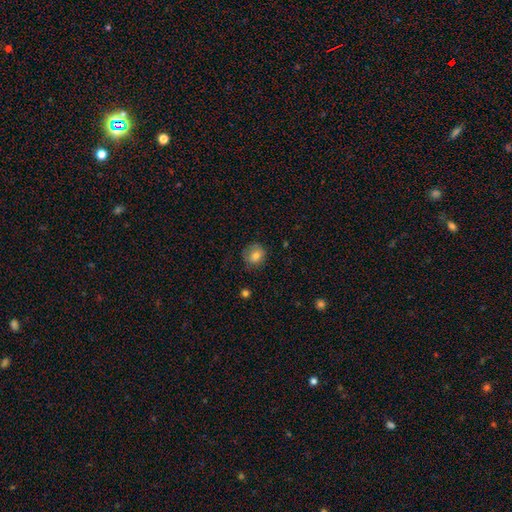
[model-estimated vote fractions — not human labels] smooth 77%, featured or disk 13%, star or artifact 10%. Down the decision tree: how rounded — round (74%); merging — none (72%).